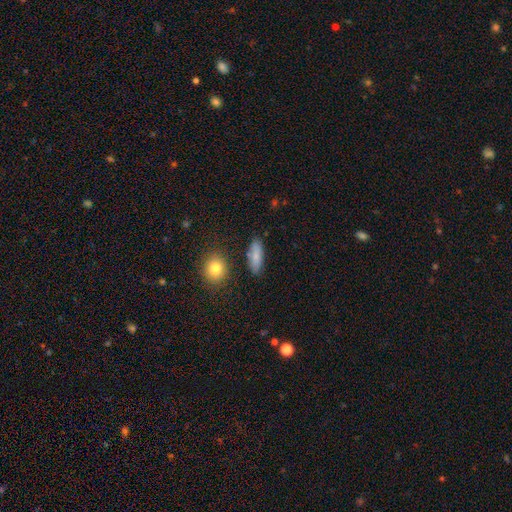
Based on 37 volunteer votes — Smooth or featured?
  - smooth: 76% *
  - featured or disk: 22%
  - star or artifact: 3%
How rounded?
  - in between: 61% *
  - cigar-shaped: 32%
  - round: 7%
Merging?
  - none: 94% *
  - minor disturbance: 3%
  - merger: 3%
  - major disturbance: 0%